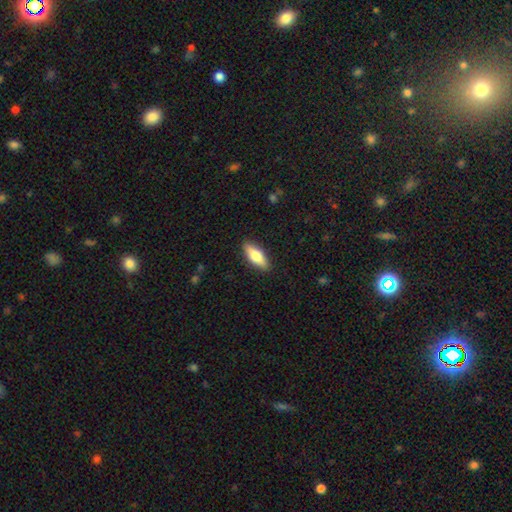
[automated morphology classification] smooth 69%, featured or disk 25%, star or artifact 6%. Down the decision tree: how rounded — in between (66%); merging — none (89%).